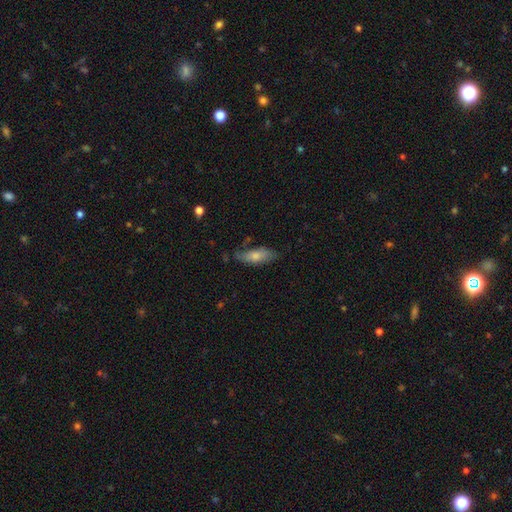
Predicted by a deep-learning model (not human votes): smooth 68%, featured or disk 25%, star or artifact 6%. Down the decision tree: how rounded — in between (70%); merging — none (60%).